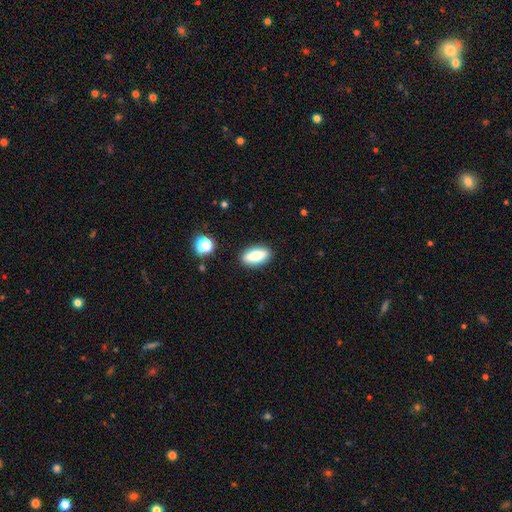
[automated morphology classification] This appears to be a smooth galaxy with no disk features (69%) that is in between round and cigar-shaped (76%). Merging: none (88%).